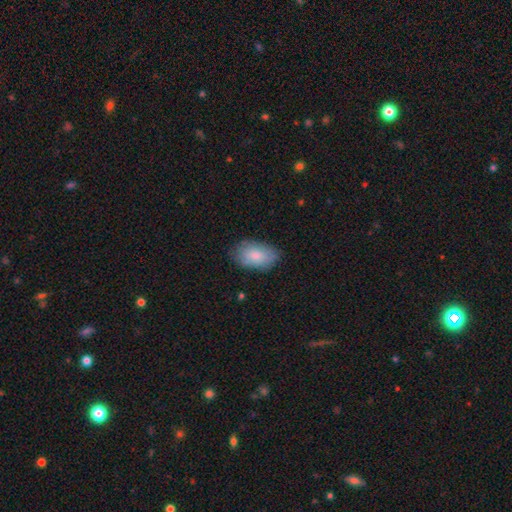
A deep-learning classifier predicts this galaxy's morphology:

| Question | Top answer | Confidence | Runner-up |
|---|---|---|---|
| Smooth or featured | smooth | 82% | featured or disk (12%) |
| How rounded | in between | 92% | round (6%) |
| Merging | none | 77% | minor disturbance (18%) |